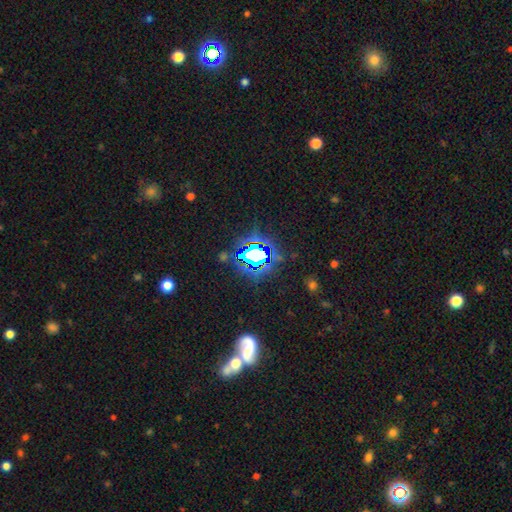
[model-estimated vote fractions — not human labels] The model was most divided on "smooth or featured": star or artifact: 74%, smooth: 14%, featured or disk: 12%.